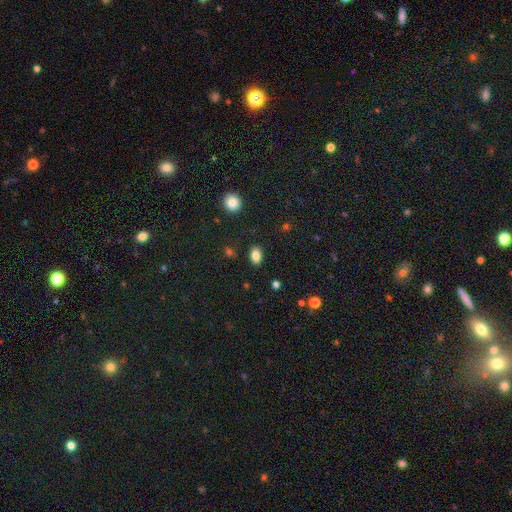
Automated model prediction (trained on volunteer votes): The model was most divided on "how rounded": in between: 80%, round: 19%, cigar-shaped: 1%. More confident: merging — none (87%); smooth or featured — smooth (84%).